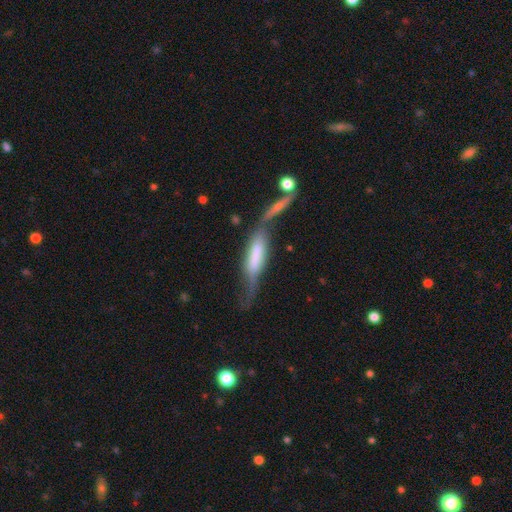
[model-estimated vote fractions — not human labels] A smooth galaxy with no disk features (53%) that is cigar-shaped (67%). Merging: merger (31%).